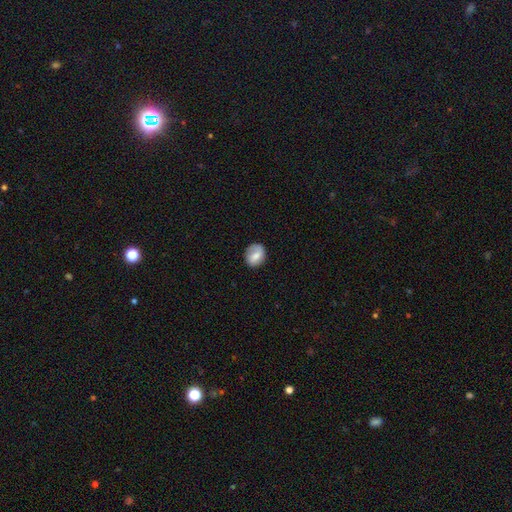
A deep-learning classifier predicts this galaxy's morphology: Q: Smooth or featured?
A: smooth (62%); runner-up: featured or disk (31%)
Q: How rounded?
A: round (58%); runner-up: in between (41%)
Q: Merging?
A: none (75%); runner-up: minor disturbance (18%)